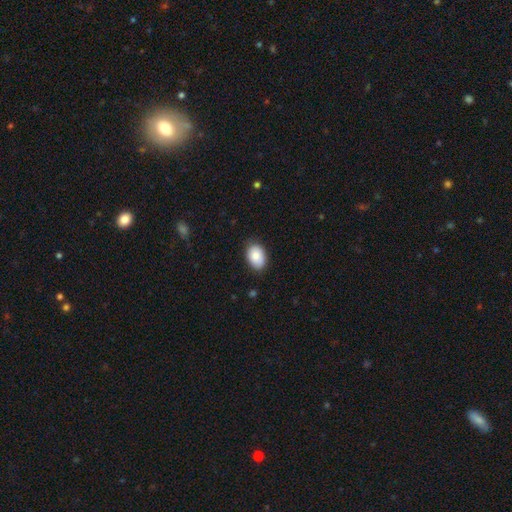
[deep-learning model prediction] A smooth galaxy with no disk features (85%) that is in between round and cigar-shaped (85%).

Vote fractions:
- Smooth or featured? smooth: 85% / featured or disk: 8% / star or artifact: 7%
- How rounded? in between: 85% / round: 14% / cigar-shaped: 1%
- Merging? none: 84% / minor disturbance: 13% / major disturbance: 2% / merger: 1%